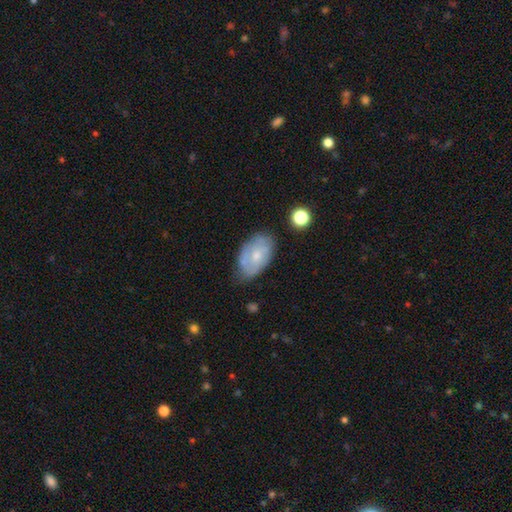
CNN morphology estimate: smooth 50%, featured or disk 43%, star or artifact 7%. Down the decision tree: merging — none (61%).